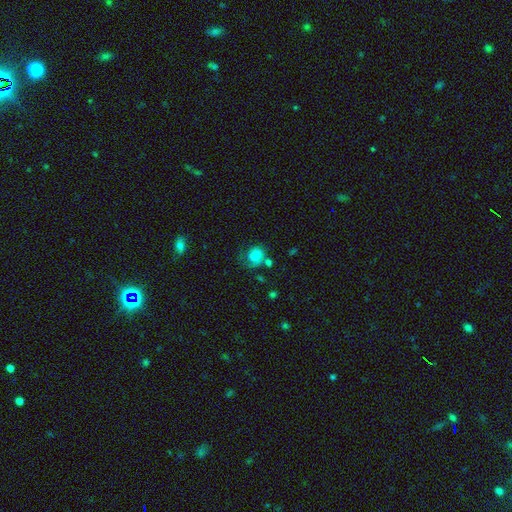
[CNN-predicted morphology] Overall: smooth (58%; featured or disk 31%). How rounded: round (60%; in between 39%). Merging: none (41%; major disturbance 26%).